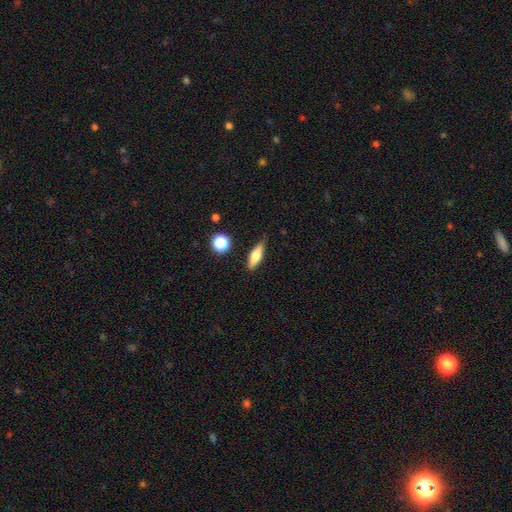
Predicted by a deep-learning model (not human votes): smooth_or_featured: smooth (p=0.61) [alt: featured or disk p=0.31]
how_rounded: cigar-shaped (p=0.49) [alt: in between p=0.46]
merging: none (p=0.82) [alt: minor disturbance p=0.13]